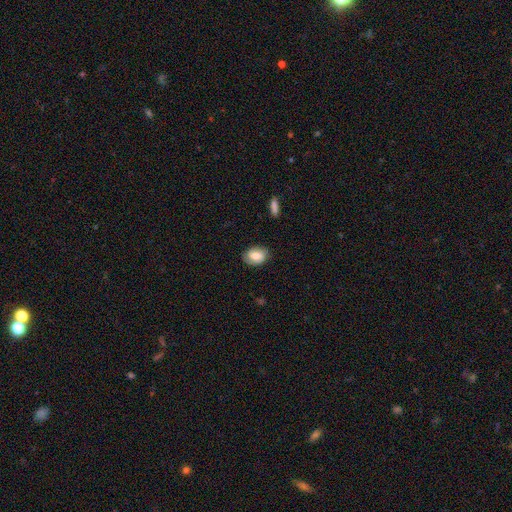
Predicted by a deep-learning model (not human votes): Overall: smooth (66%). How rounded: in between (65%; round 33%). Merging: none (81%).